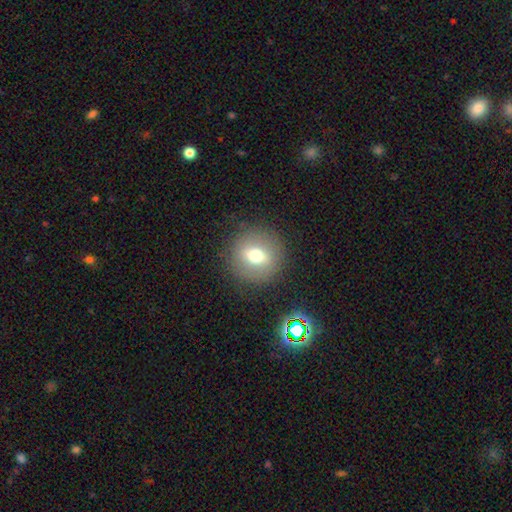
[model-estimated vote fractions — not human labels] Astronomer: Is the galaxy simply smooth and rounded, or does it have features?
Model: smooth — 61%.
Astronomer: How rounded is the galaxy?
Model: round — 91%.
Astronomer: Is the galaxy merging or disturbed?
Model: none — 87%.